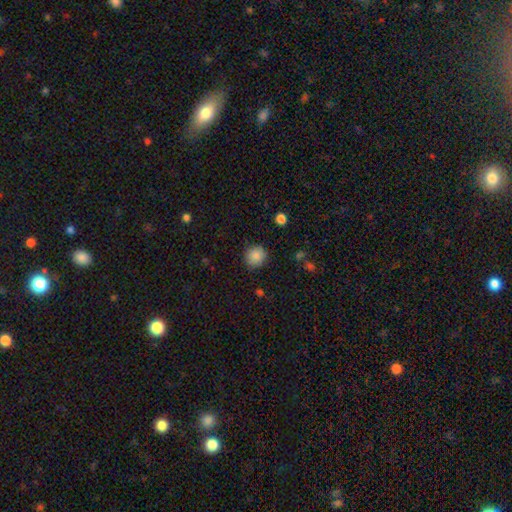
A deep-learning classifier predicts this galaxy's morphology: smooth_or_featured: smooth (p=0.86) [alt: star or artifact p=0.09]
how_rounded: round (p=0.88) [alt: in between p=0.11]
merging: none (p=0.86) [alt: minor disturbance p=0.10]